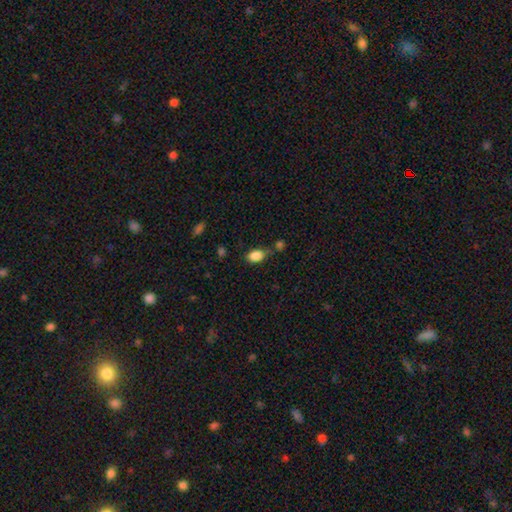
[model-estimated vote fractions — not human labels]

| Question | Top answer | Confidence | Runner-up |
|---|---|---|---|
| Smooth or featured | smooth | 87% | star or artifact (9%) |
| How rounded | in between | 86% | round (12%) |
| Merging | none | 62% | minor disturbance (21%) |